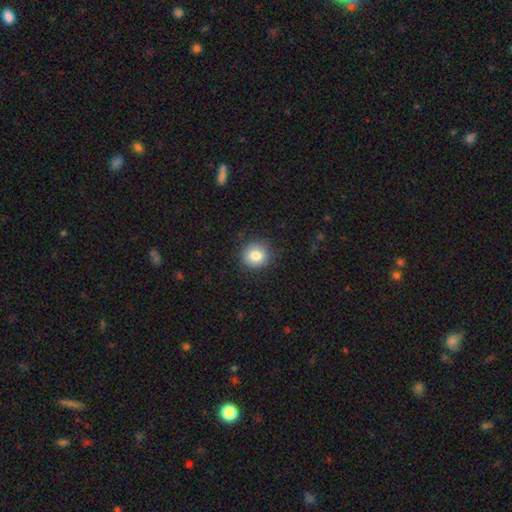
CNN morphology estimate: Smooth or featured? smooth (83%)
How rounded? round (86%)
Merging? none (86%)